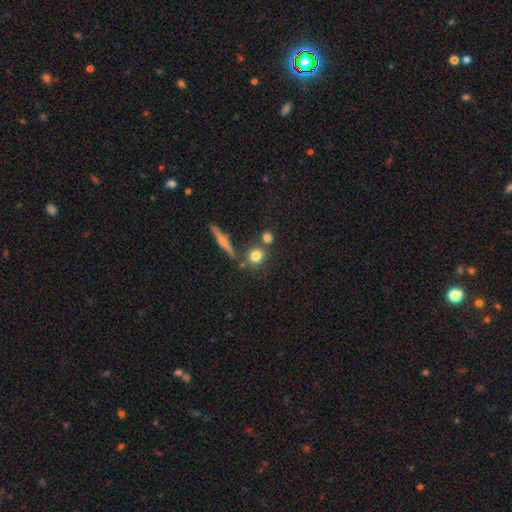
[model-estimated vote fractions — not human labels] The model was most divided on "merging": none: 69%, merger: 17%, minor disturbance: 10%, major disturbance: 4%. More confident: how rounded — round (83%); smooth or featured — smooth (77%).